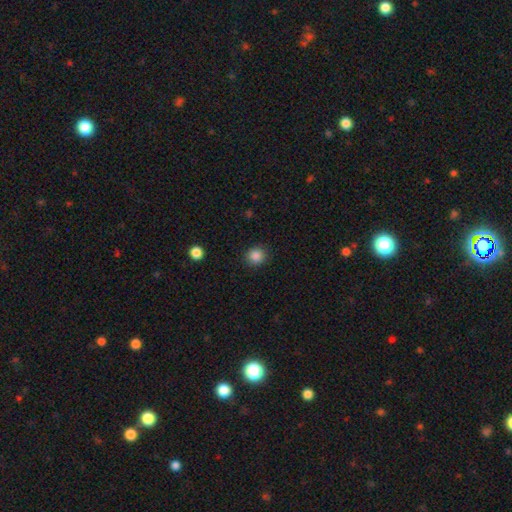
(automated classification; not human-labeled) Smooth or featured?
  - smooth: 86% *
  - star or artifact: 10%
  - featured or disk: 3%
How rounded?
  - round: 87% *
  - in between: 12%
  - cigar-shaped: 1%
Merging?
  - none: 90% *
  - minor disturbance: 7%
  - major disturbance: 2%
  - merger: 1%